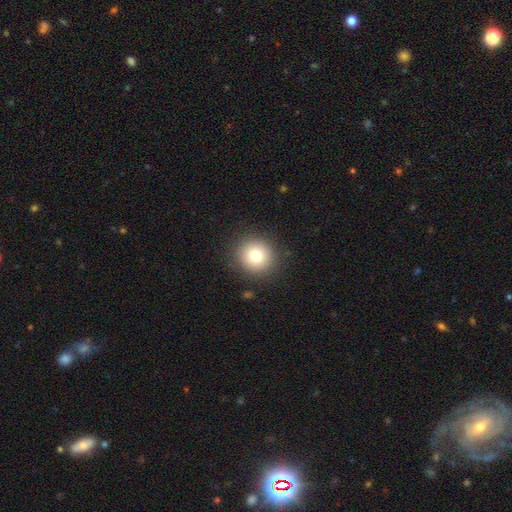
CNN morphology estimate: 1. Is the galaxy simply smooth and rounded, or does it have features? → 79% smooth, 11% star or artifact, 10% featured or disk.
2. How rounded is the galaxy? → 92% round, 7% in between, 1% cigar-shaped.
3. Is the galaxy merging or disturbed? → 89% none, 7% minor disturbance, 3% major disturbance, 1% merger.